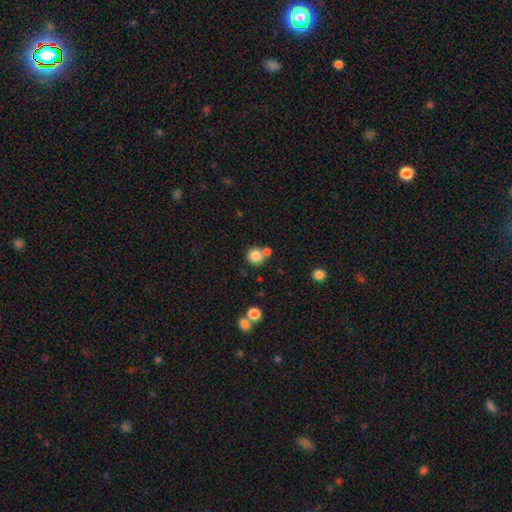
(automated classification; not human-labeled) Morphology: type=smooth (82%); roundness=round (91%); merging=none (61%).